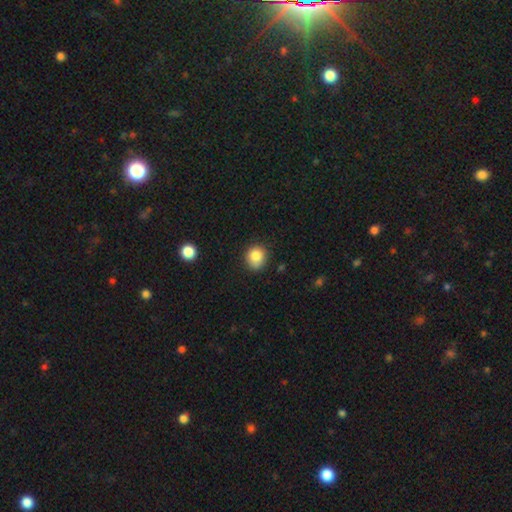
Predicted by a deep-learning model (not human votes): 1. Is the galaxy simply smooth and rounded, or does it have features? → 83% smooth, 10% star or artifact, 7% featured or disk.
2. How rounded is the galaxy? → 81% round, 18% in between, 1% cigar-shaped.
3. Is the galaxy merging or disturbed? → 77% none, 17% minor disturbance, 3% major disturbance, 2% merger.